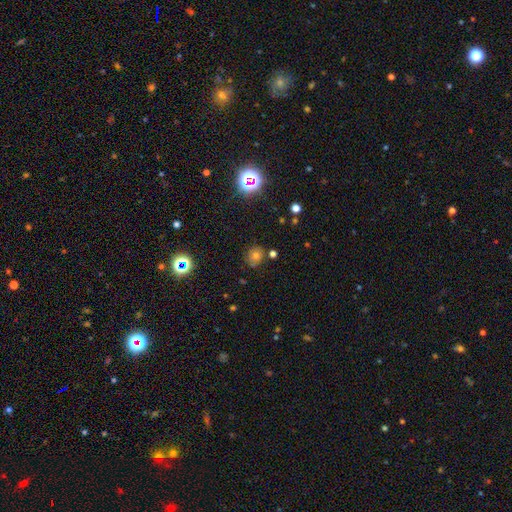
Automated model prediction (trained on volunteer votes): A smooth galaxy with no disk features (61%) that is round (79%). Merging: none (77%).